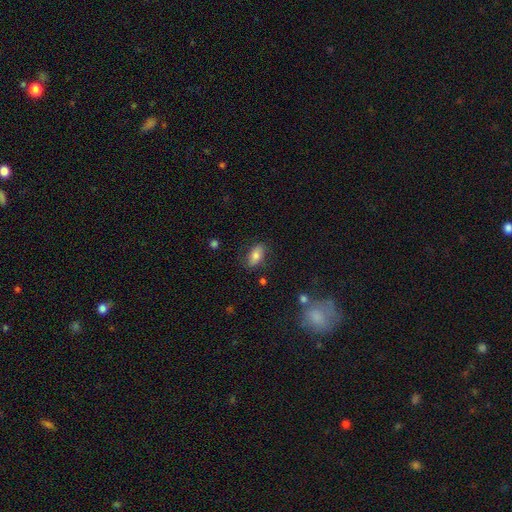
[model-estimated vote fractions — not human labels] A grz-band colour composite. It shows a smooth galaxy with no disk features (76%) that is in between round and cigar-shaped (89%). Merging: none (77%).